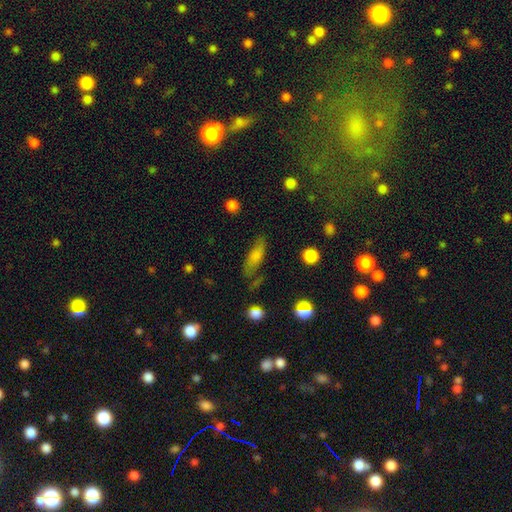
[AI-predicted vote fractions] This appears to be a smooth galaxy with no disk features (70%) that is in between round and cigar-shaped (65%). Merging: none (64%).